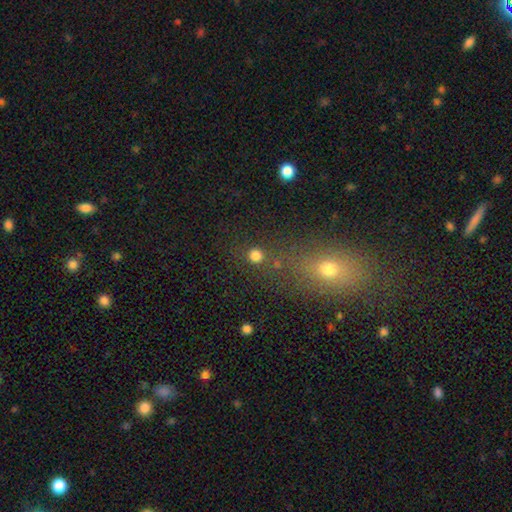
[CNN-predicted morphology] A smooth galaxy with no disk features (78%) that is round (92%). Merging: none (80%).